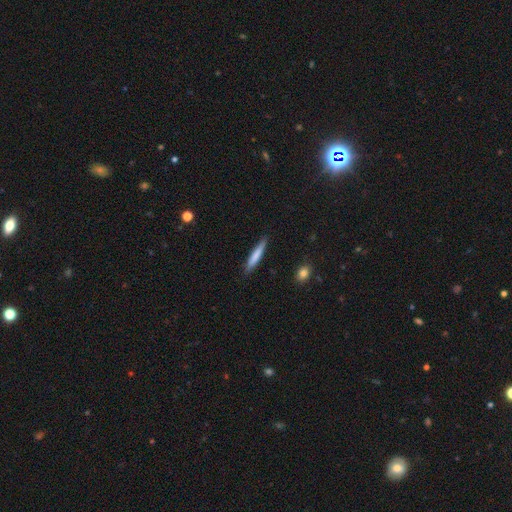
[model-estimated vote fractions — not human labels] smooth_or_featured: smooth (p=0.74) [alt: featured or disk p=0.21]
how_rounded: cigar-shaped (p=0.93) [alt: in between p=0.05]
merging: none (p=0.88) [alt: minor disturbance p=0.09]